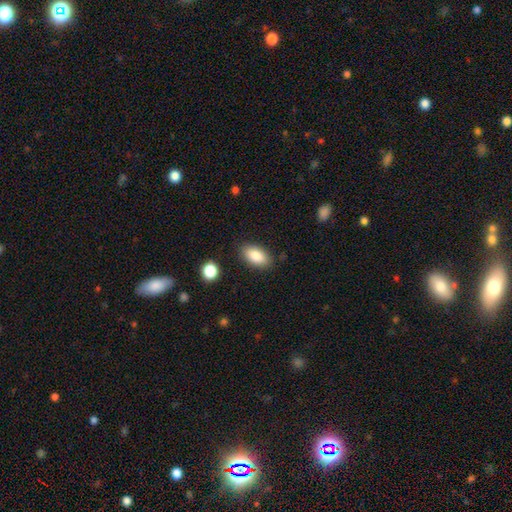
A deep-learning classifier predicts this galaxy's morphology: A smooth galaxy with no disk features (86%) that is in between round and cigar-shaped (92%). Merging: none (86%).